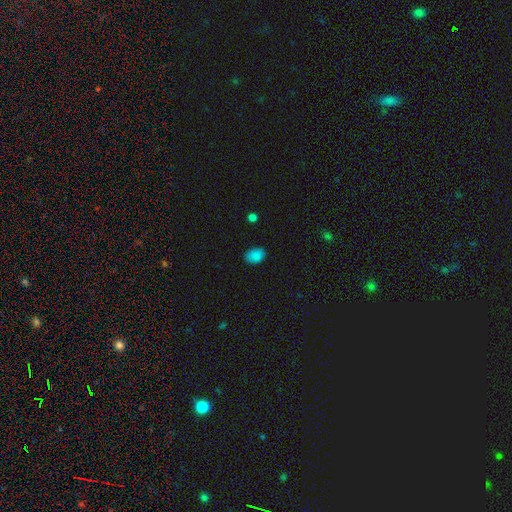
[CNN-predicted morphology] smooth_or_featured: smooth (p=0.85) [alt: star or artifact p=0.11]
how_rounded: in between (p=0.81) [alt: round p=0.18]
merging: none (p=0.83) [alt: minor disturbance p=0.13]